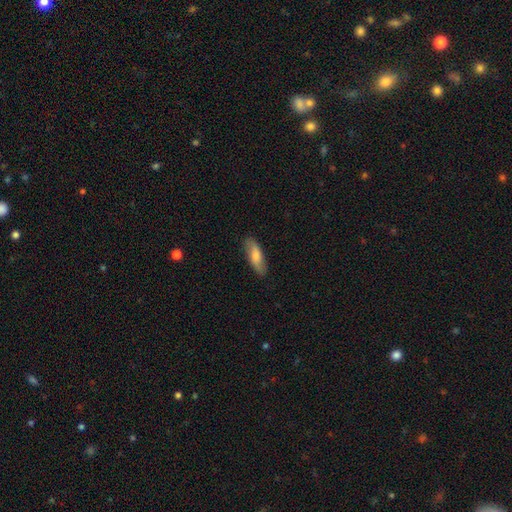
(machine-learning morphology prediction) smooth_or_featured: smooth (p=0.76) [alt: featured or disk p=0.19]
how_rounded: in between (p=0.57) [alt: cigar-shaped p=0.41]
merging: none (p=0.83) [alt: minor disturbance p=0.13]